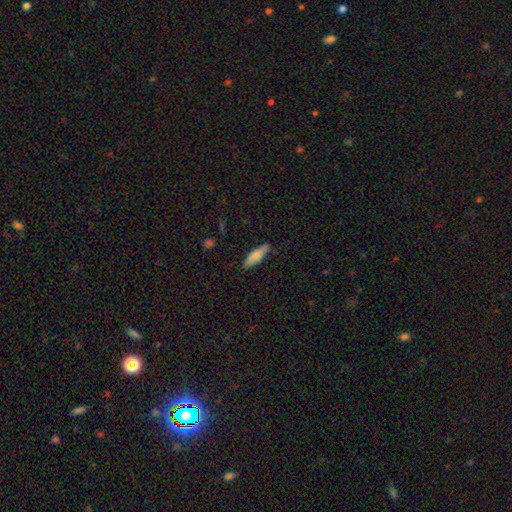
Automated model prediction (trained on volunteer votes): smooth_or_featured: smooth (p=0.80) [alt: featured or disk p=0.14]
how_rounded: cigar-shaped (p=0.58) [alt: in between p=0.41]
merging: none (p=0.80) [alt: minor disturbance p=0.15]